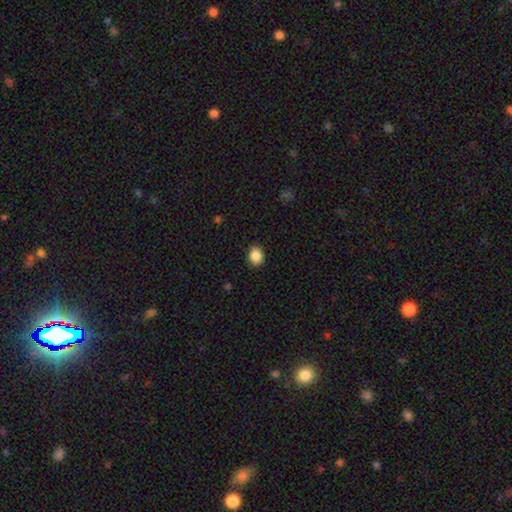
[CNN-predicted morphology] smooth_or_featured: smooth (p=0.88) [alt: star or artifact p=0.08]
how_rounded: round (p=0.53) [alt: in between p=0.46]
merging: none (p=0.90) [alt: minor disturbance p=0.07]